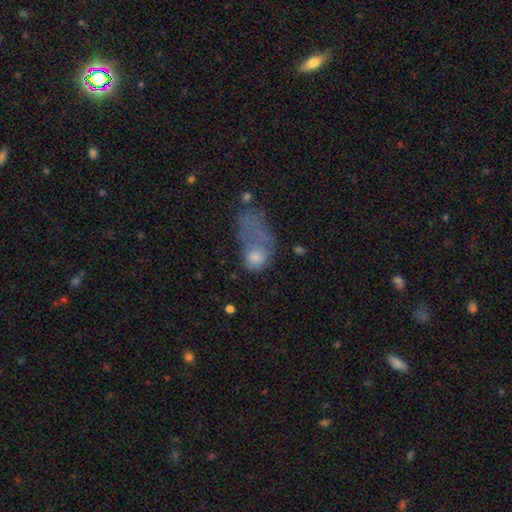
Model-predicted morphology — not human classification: This appears to be a smooth galaxy with no disk features (67%) that is in between round and cigar-shaped (67%). Merging: major disturbance (45%).